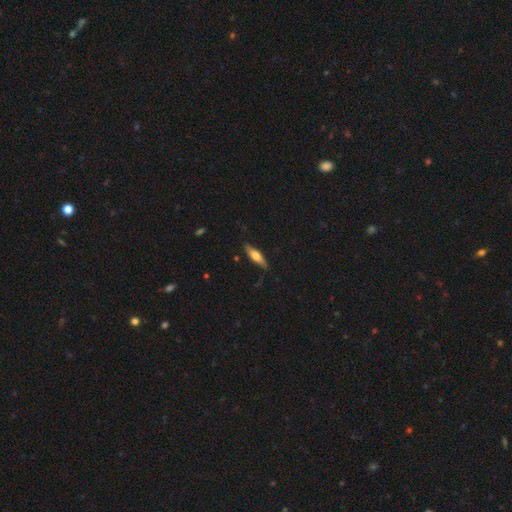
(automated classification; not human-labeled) This is possibly a smooth galaxy (55%). How rounded: likely cigar-shaped (63%). Merging: likely none (80%).